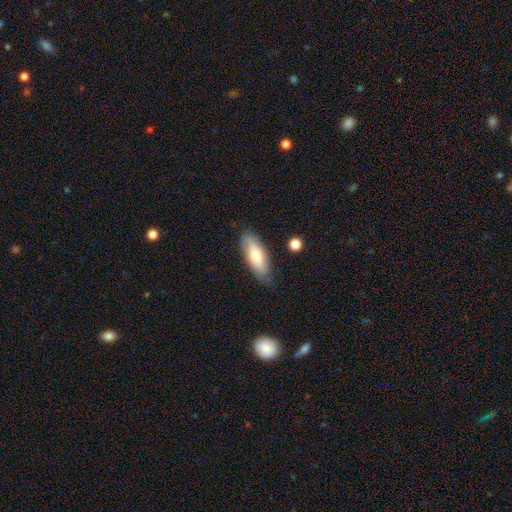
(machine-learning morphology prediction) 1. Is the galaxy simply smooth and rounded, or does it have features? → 63% smooth, 31% featured or disk, 6% star or artifact.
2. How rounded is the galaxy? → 73% in between, 25% cigar-shaped, 2% round.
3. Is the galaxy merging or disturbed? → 76% none, 18% minor disturbance, 4% major disturbance, 2% merger.